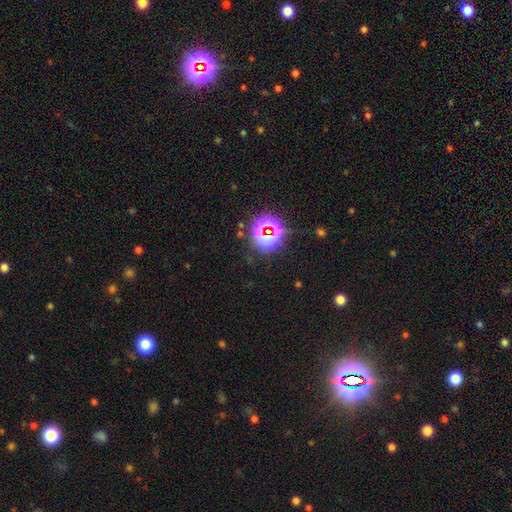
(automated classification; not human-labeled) Q: Smooth or featured?
A: star or artifact (81%); runner-up: smooth (11%)